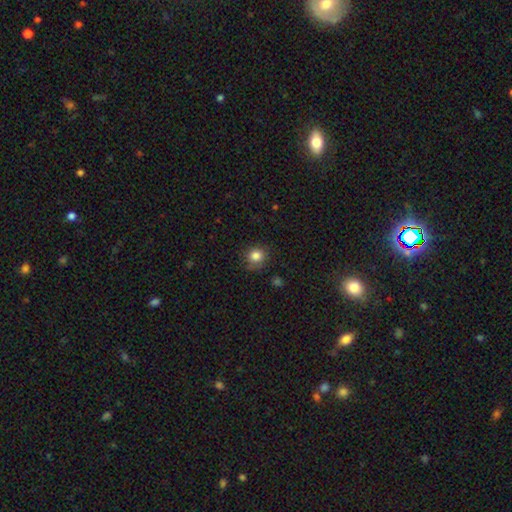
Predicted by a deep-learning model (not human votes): Smooth or featured?
  - smooth: 83% *
  - star or artifact: 11%
  - featured or disk: 6%
How rounded?
  - round: 85% *
  - in between: 14%
  - cigar-shaped: 1%
Merging?
  - none: 77% *
  - minor disturbance: 17%
  - major disturbance: 5%
  - merger: 2%